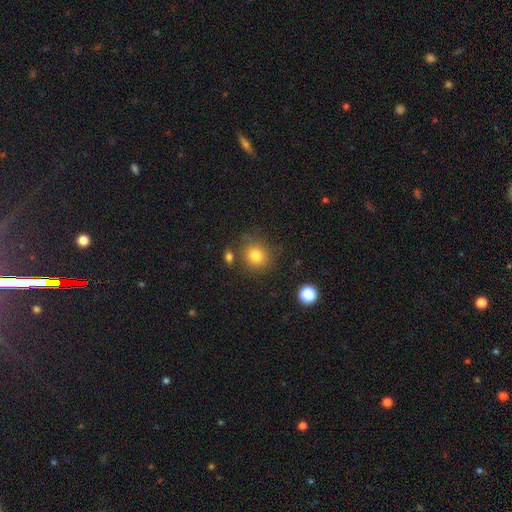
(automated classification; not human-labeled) A smooth galaxy with no disk features (81%) that is round (75%). Merging: none (73%).